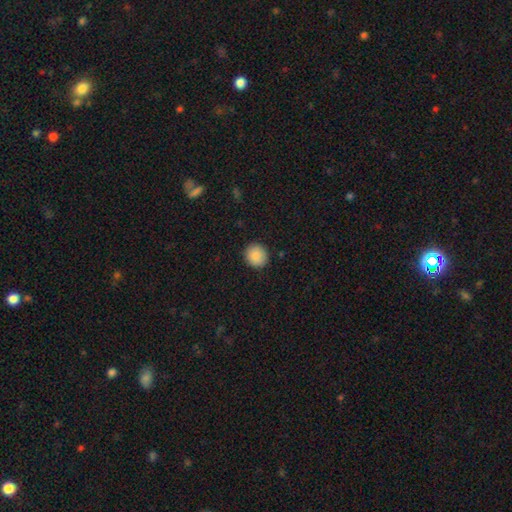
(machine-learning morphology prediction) Smooth or featured? smooth (89%)
How rounded? round (89%)
Merging? none (91%)